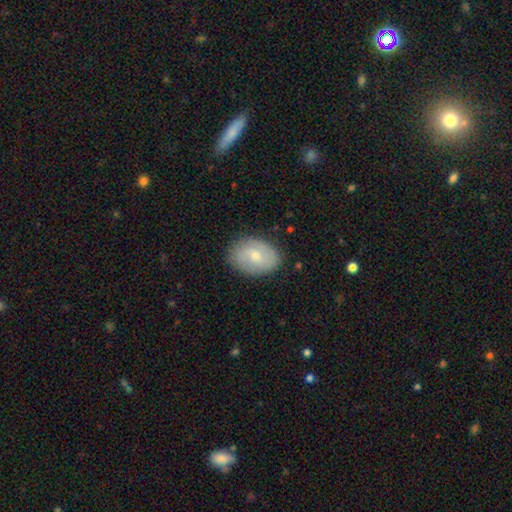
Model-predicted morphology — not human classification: Smooth or featured? Predicted: smooth (p=0.54). How rounded? Predicted: in between (p=0.78). Merging? Predicted: none (p=0.83).